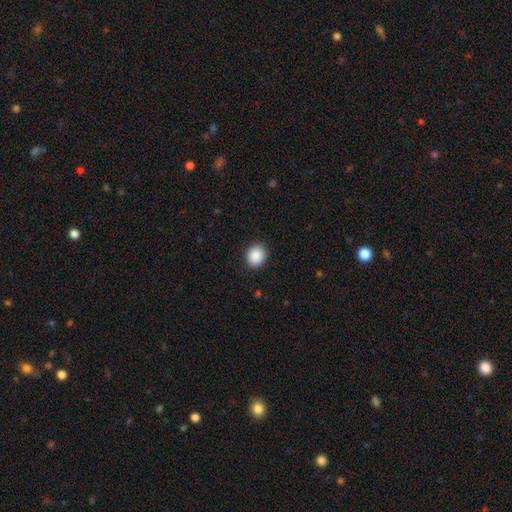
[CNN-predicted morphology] A smooth galaxy with no disk features (89%) that is round (73%).

Vote fractions:
- Smooth or featured? smooth: 89% / star or artifact: 8% / featured or disk: 3%
- How rounded? round: 73% / in between: 26% / cigar-shaped: 1%
- Merging? none: 90% / minor disturbance: 7% / major disturbance: 2% / merger: 1%